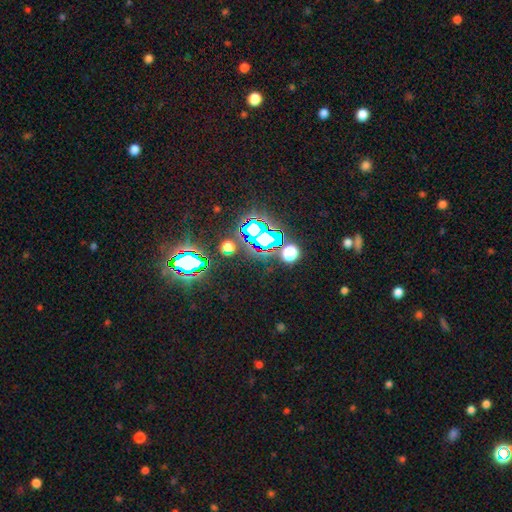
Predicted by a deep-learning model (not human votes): Q: Smooth or featured?
A: star or artifact (82%); runner-up: smooth (10%)